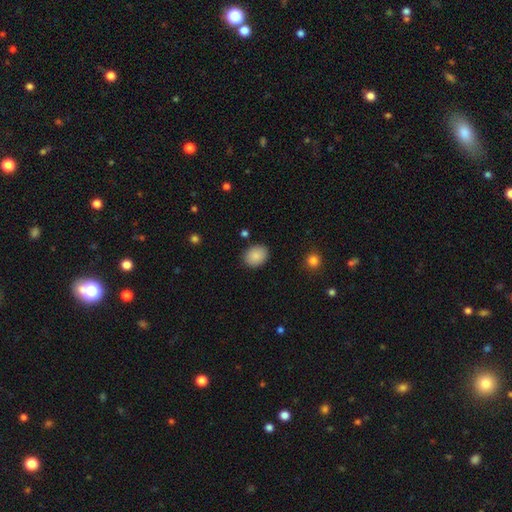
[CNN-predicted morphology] This is clearly a smooth galaxy (88%). How rounded: possibly in between (50%). Merging: clearly none (87%).